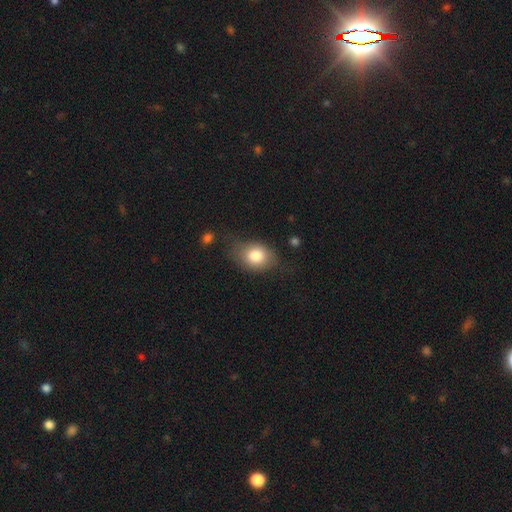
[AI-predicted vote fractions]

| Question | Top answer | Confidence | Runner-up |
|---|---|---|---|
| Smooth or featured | smooth | 81% | featured or disk (12%) |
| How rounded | in between | 66% | round (33%) |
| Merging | none | 58% | minor disturbance (27%) |